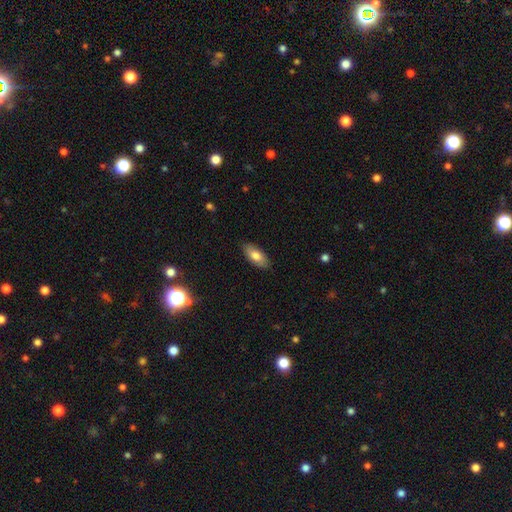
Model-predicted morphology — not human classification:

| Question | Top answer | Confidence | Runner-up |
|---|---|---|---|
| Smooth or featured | smooth | 78% | featured or disk (16%) |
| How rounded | in between | 88% | cigar-shaped (10%) |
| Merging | none | 87% | minor disturbance (10%) |